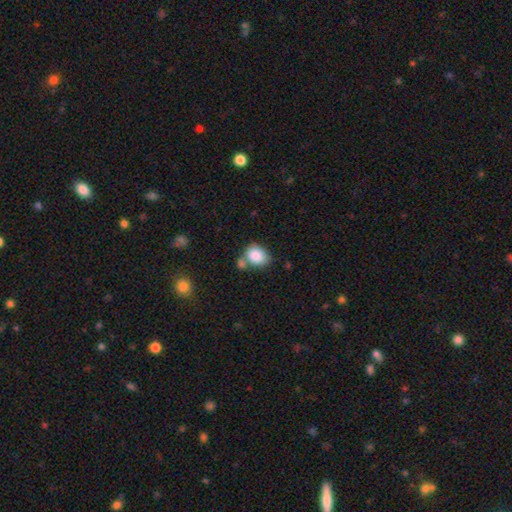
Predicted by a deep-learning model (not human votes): Smooth or featured? Predicted: smooth (p=0.85). How rounded? Predicted: in between (p=0.56). Merging? Predicted: none (p=0.49).